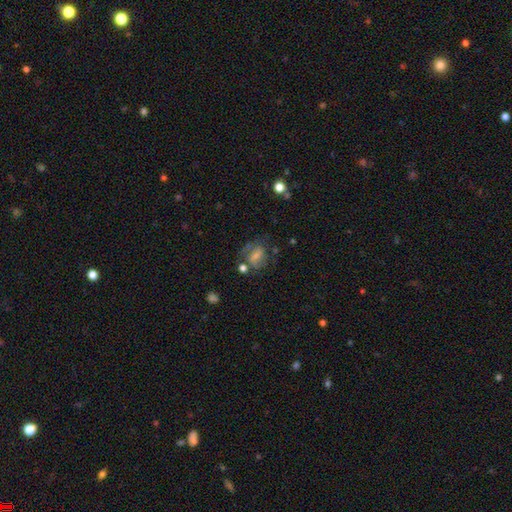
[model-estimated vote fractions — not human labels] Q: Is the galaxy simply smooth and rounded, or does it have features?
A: smooth — 48%.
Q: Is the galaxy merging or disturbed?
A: none — 47%.